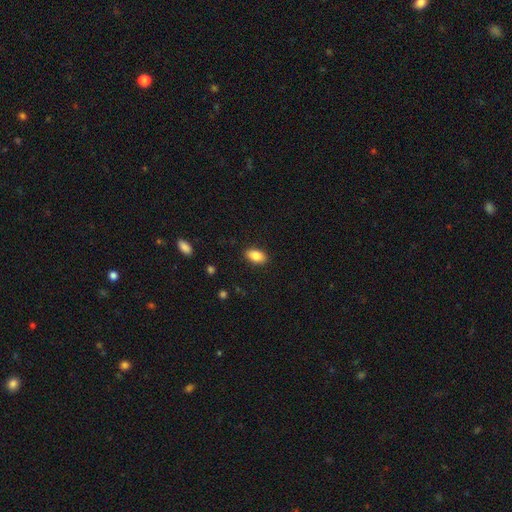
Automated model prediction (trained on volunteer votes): Morphology: type=smooth (85%); roundness=in between (91%); merging=none (88%).